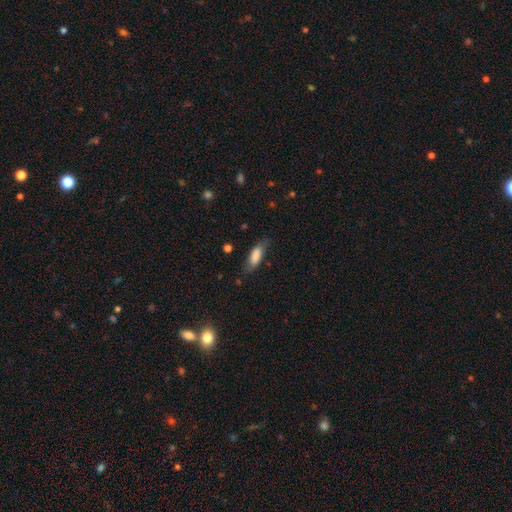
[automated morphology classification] smooth-or-featured: smooth: 80% | featured or disk: 13% | star or artifact: 7%
  how-rounded: in between: 71% | cigar-shaped: 27% | round: 2%
  merging: none: 68% | minor disturbance: 23% | major disturbance: 7% | merger: 2%